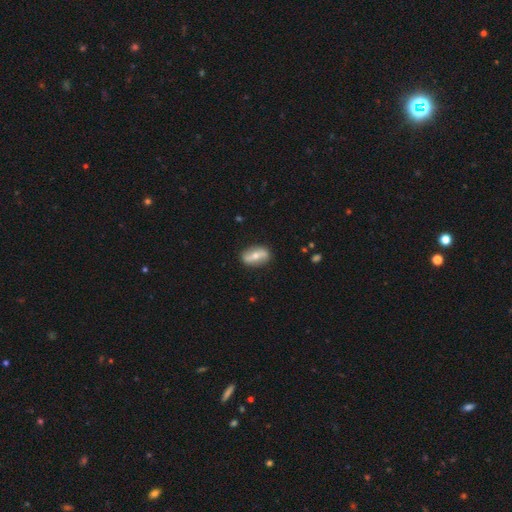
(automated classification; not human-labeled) smooth-or-featured: featured or disk: 57% | smooth: 36% | star or artifact: 6%
  disk-edge-on: no: 82% | yes: 18%
  merging: none: 85% | minor disturbance: 11% | major disturbance: 2% | merger: 1%